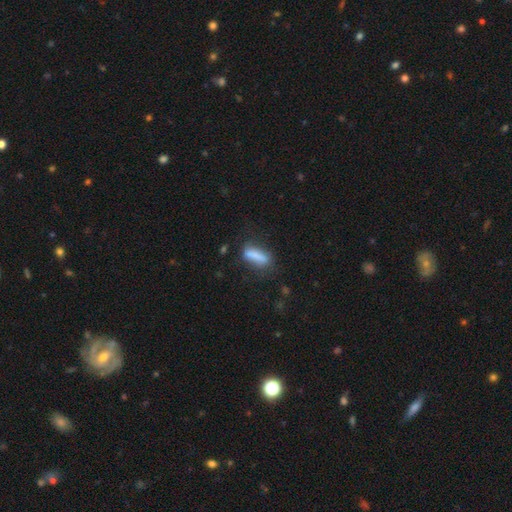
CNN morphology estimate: A smooth galaxy with no disk features (77%) that is cigar-shaped (55%).

Vote fractions:
- Smooth or featured? smooth: 77% / featured or disk: 15% / star or artifact: 9%
- How rounded? cigar-shaped: 55% / in between: 42% / round: 3%
- Merging? none: 63% / minor disturbance: 21% / major disturbance: 11% / merger: 5%